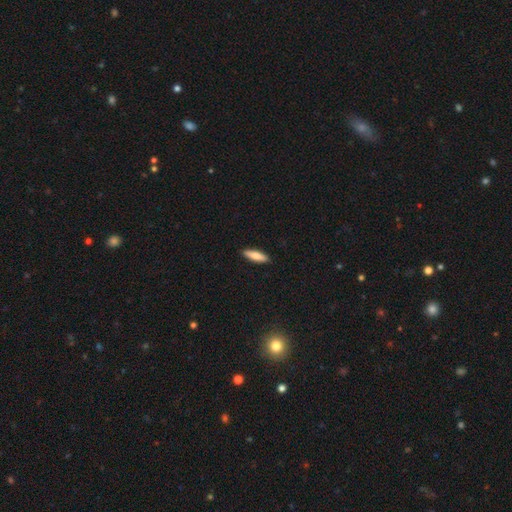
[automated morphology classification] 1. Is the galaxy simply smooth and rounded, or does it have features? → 77% smooth, 17% featured or disk, 6% star or artifact.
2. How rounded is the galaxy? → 64% cigar-shaped, 35% in between, 2% round.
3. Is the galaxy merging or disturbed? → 91% none, 7% minor disturbance, 1% major disturbance, 1% merger.